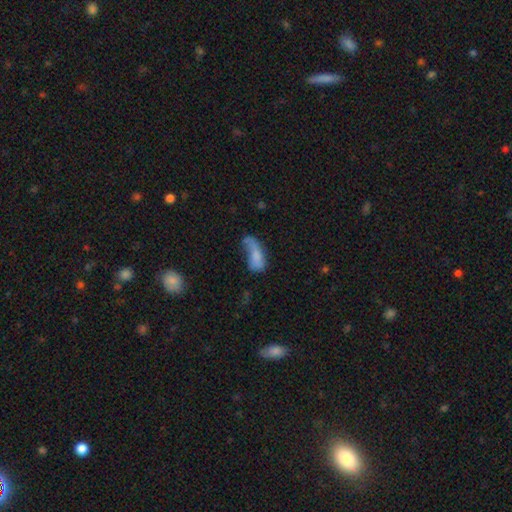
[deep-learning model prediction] Smooth or featured? Predicted: smooth (p=0.69). How rounded? Predicted: in between (p=0.74). Merging? Predicted: major disturbance (p=0.36).